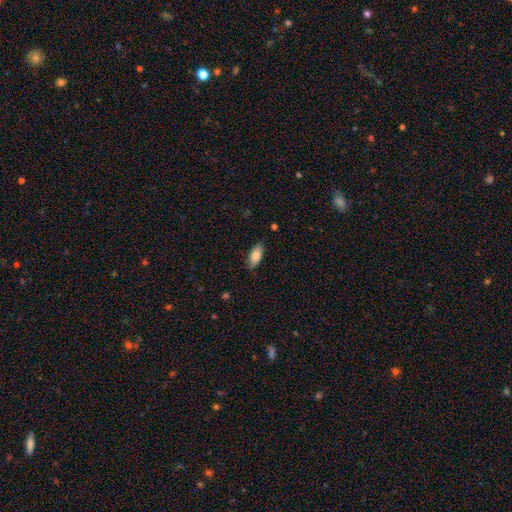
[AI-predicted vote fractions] This appears to be a smooth galaxy with no disk features (86%) that is in between round and cigar-shaped (89%). Merging: none (84%).